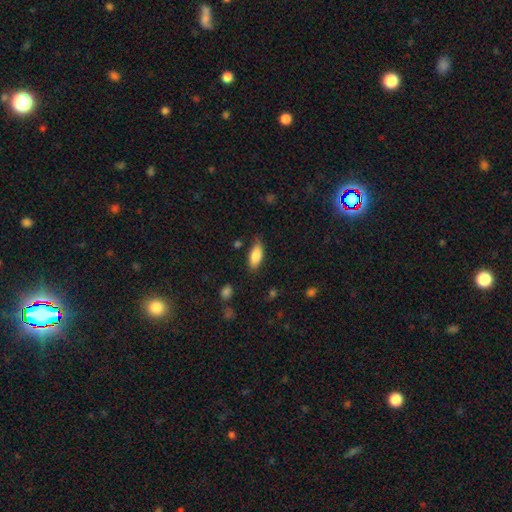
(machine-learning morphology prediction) Smooth or featured: smooth — 84% (featured or disk — 9%)
How rounded: in between — 84% (cigar-shaped — 14%)
Merging: none — 76% (minor disturbance — 18%)